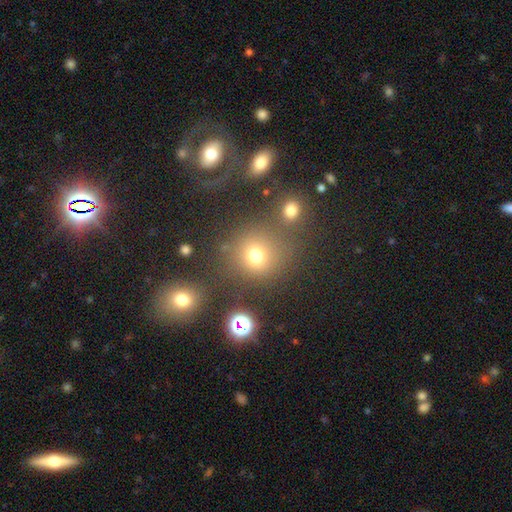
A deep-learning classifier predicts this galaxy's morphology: Smooth or featured?
  - smooth: 71% *
  - star or artifact: 20%
  - featured or disk: 9%
How rounded?
  - round: 86% *
  - in between: 13%
  - cigar-shaped: 1%
Merging?
  - none: 70% *
  - merger: 14%
  - minor disturbance: 11%
  - major disturbance: 6%